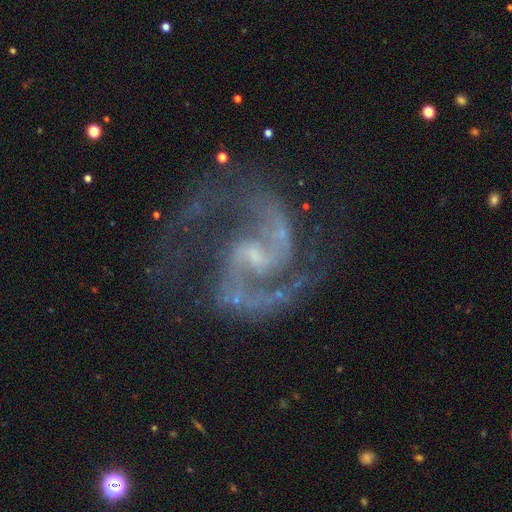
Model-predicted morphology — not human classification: smooth_or_featured: featured or disk (p=0.93) [alt: star or artifact p=0.05]
disk_edge_on: no (p=0.98) [alt: yes p=0.02]
bar: weak (p=0.52) [alt: no p=0.29]
has_spiral_arms: yes (p=0.98) [alt: no p=0.02]
spiral_winding: medium (p=0.66) [alt: loose p=0.20]
spiral_arm_count: 2 (p=0.93) [alt: can't tell p=0.02]
bulge_size: small (p=0.62) [alt: none p=0.22]
merging: none (p=0.69) [alt: minor disturbance p=0.16]